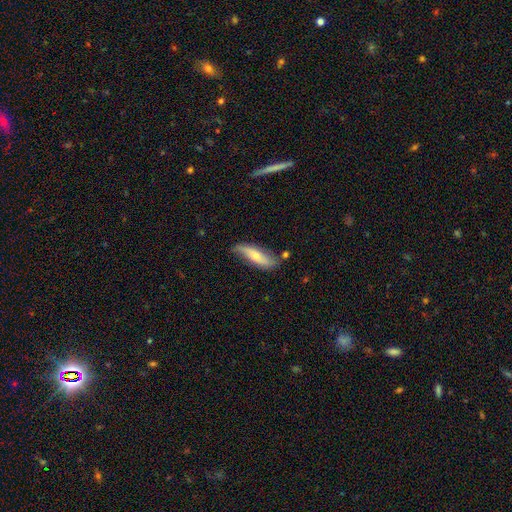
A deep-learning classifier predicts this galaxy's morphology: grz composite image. It shows a featured or disk galaxy (52%). Merging: none (61%).